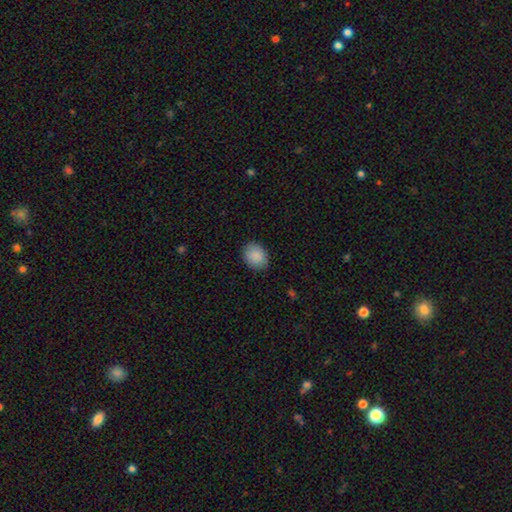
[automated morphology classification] Q: Smooth or featured?
A: smooth (90%); runner-up: star or artifact (7%)
Q: How rounded?
A: in between (54%); runner-up: round (45%)
Q: Merging?
A: none (86%); runner-up: minor disturbance (11%)